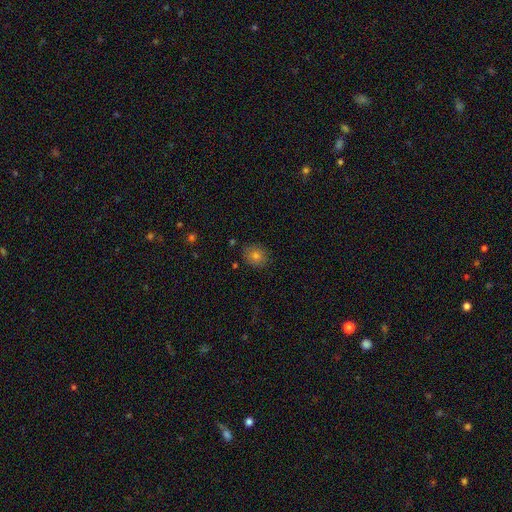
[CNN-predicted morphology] smooth-or-featured: smooth: 76% | star or artifact: 15% | featured or disk: 9%
  how-rounded: round: 78% | in between: 21% | cigar-shaped: 1%
  merging: none: 86% | minor disturbance: 10% | major disturbance: 2% | merger: 2%